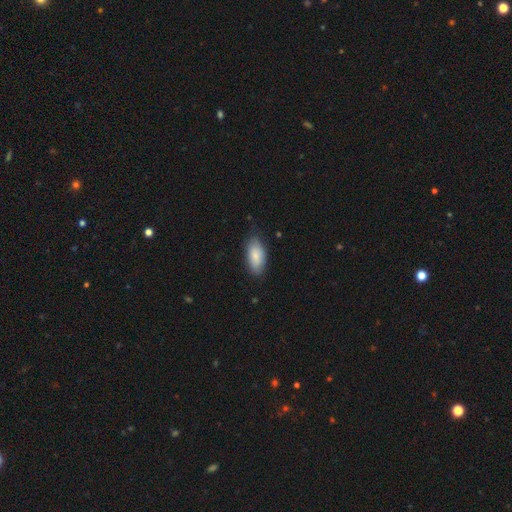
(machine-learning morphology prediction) smooth-or-featured: smooth: 83% | featured or disk: 11% | star or artifact: 6%
  how-rounded: in between: 92% | cigar-shaped: 6% | round: 2%
  merging: none: 76% | minor disturbance: 20% | major disturbance: 3% | merger: 1%